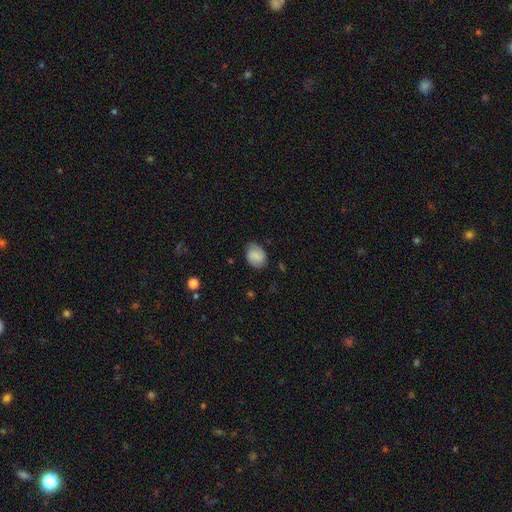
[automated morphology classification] type=smooth (73%); roundness=in between (65%); merging=none (74%).